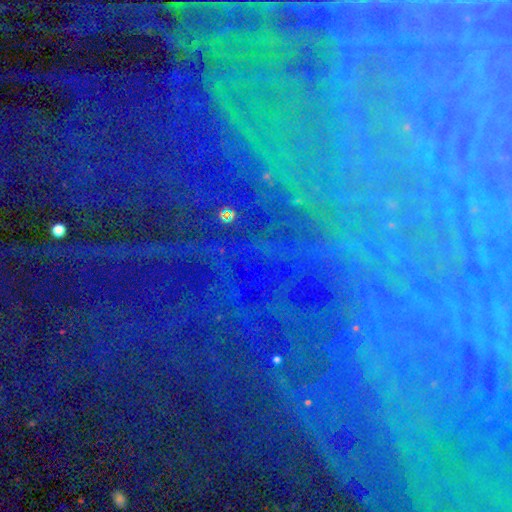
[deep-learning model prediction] smooth_or_featured: star or artifact (p=0.84) [alt: featured or disk p=0.08]